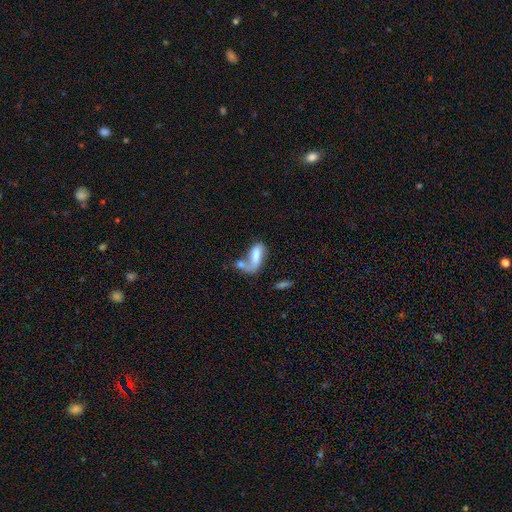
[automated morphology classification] A smooth galaxy with no disk features (64%) that is in between round and cigar-shaped (79%).

Vote fractions:
- Smooth or featured? smooth: 64% / featured or disk: 27% / star or artifact: 9%
- How rounded? in between: 79% / cigar-shaped: 17% / round: 4%
- Merging? merger: 51% / none: 19% / major disturbance: 18% / minor disturbance: 11%